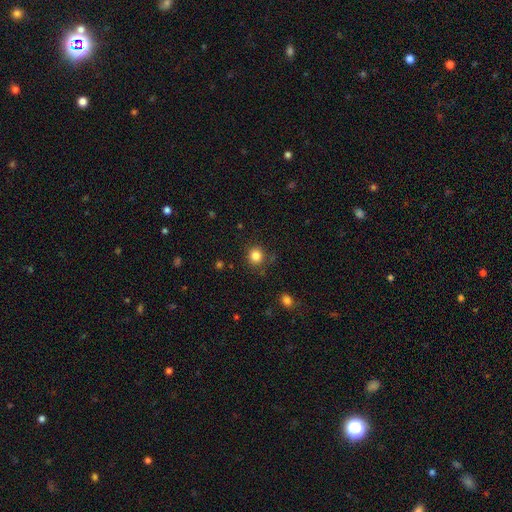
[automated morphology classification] Smooth or featured? smooth (83%)
How rounded? round (88%)
Merging? none (84%)